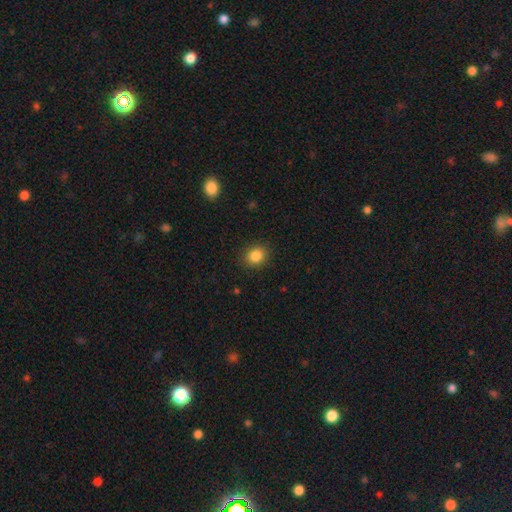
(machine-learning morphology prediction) Smooth or featured? Predicted: smooth (p=0.85). How rounded? Predicted: round (p=0.68). Merging? Predicted: none (p=0.89).